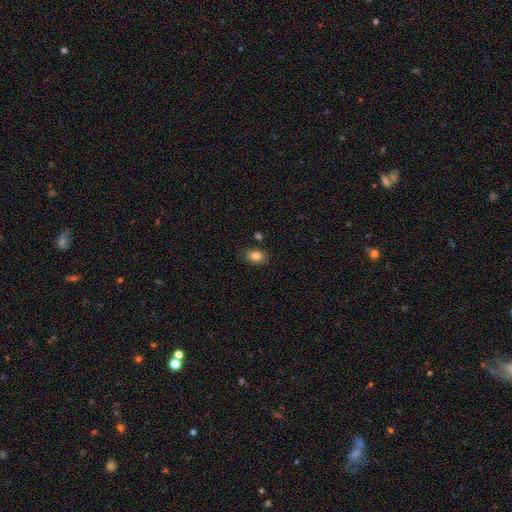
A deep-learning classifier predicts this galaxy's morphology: This is clearly a smooth galaxy (85%). How rounded: likely in between (79%). Merging: clearly none (82%).